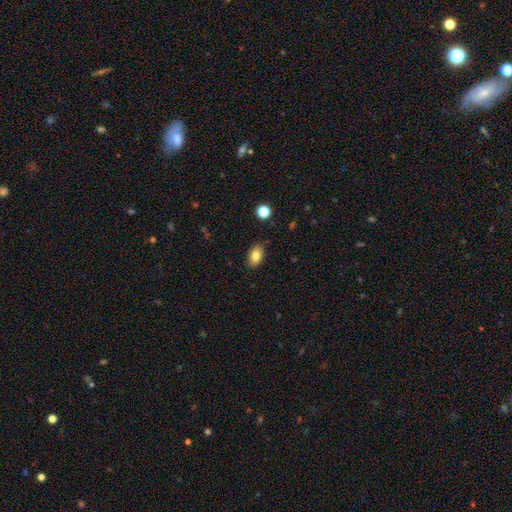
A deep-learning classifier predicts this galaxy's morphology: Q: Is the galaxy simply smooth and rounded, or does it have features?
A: smooth — 83%.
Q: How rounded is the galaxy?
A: in between — 86%.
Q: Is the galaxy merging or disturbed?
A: none — 85%.